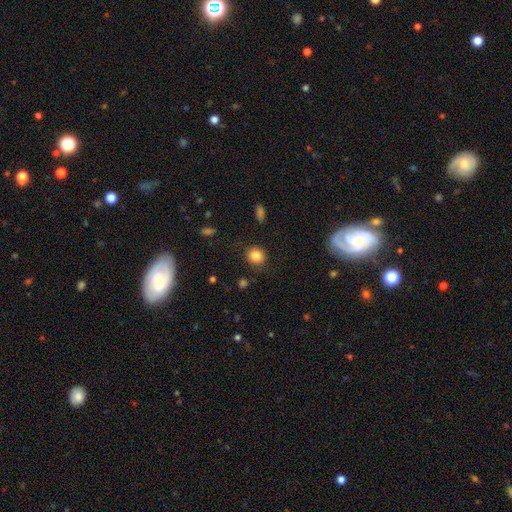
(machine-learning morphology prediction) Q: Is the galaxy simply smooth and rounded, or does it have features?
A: smooth — 85%.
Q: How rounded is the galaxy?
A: round — 85%.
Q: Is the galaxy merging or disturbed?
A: none — 85%.